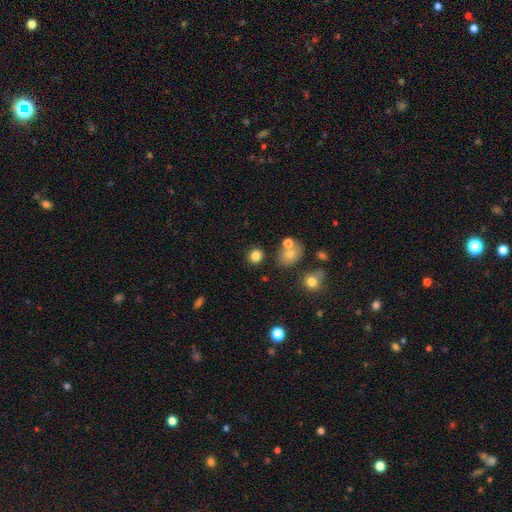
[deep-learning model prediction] The model was most divided on "how rounded": round: 79%, in between: 20%, cigar-shaped: 1%. More confident: smooth or featured — smooth (82%); merging — none (80%).